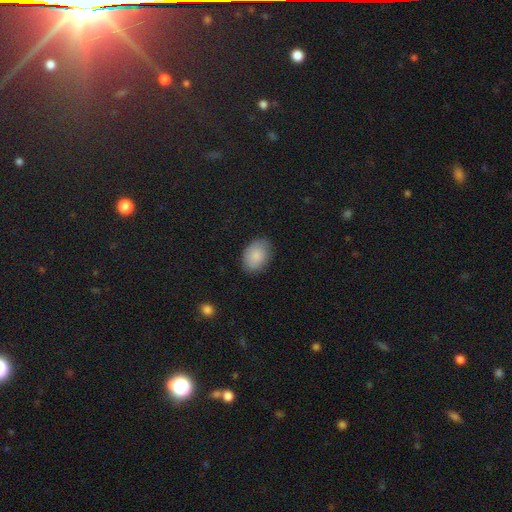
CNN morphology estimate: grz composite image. It shows a smooth galaxy with no disk features (87%) that is in between round and cigar-shaped (82%). Merging: none (81%).